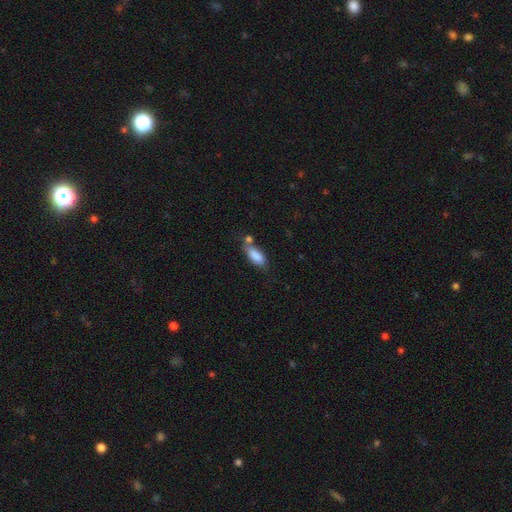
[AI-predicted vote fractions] Overall: smooth (83%). How rounded: in between (75%). Merging: none (49%; minor disturbance 22%).